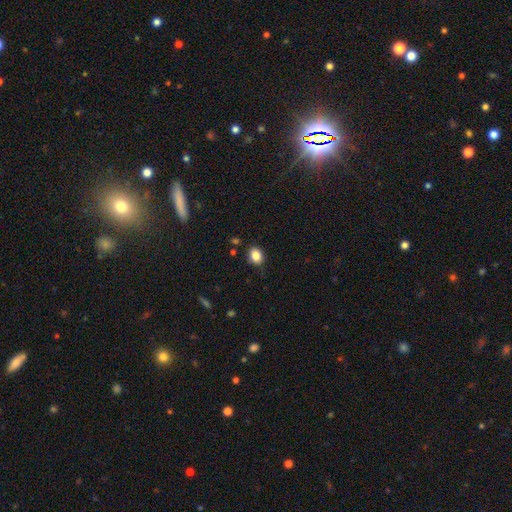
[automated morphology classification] Smooth or featured? smooth (86%)
How rounded? in between (54%)
Merging? none (84%)